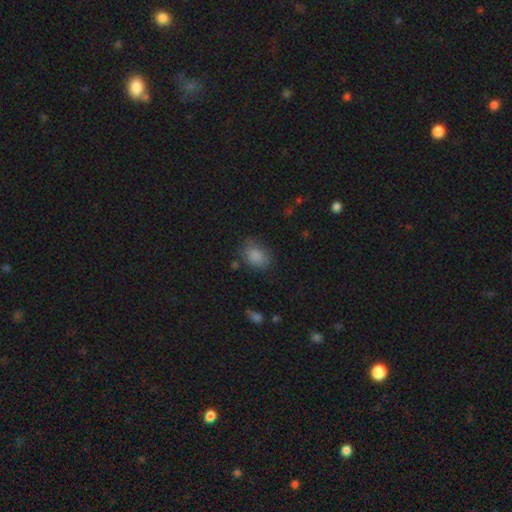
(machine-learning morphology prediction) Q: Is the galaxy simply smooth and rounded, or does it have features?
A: smooth — 85%.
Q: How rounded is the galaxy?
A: in between — 69%.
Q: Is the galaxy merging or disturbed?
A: none — 70%.